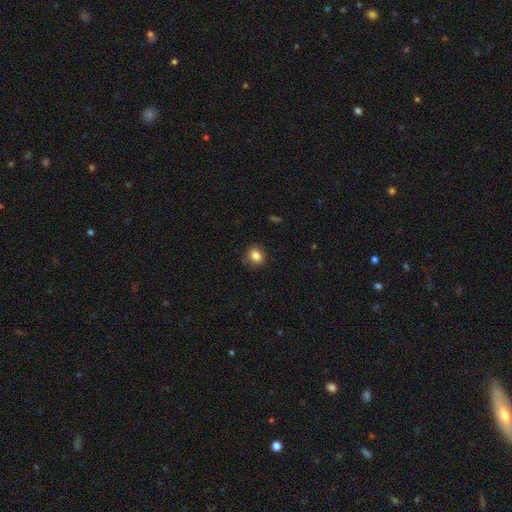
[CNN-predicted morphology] Overall: smooth (84%). How rounded: round (69%; in between 30%). Merging: none (85%).